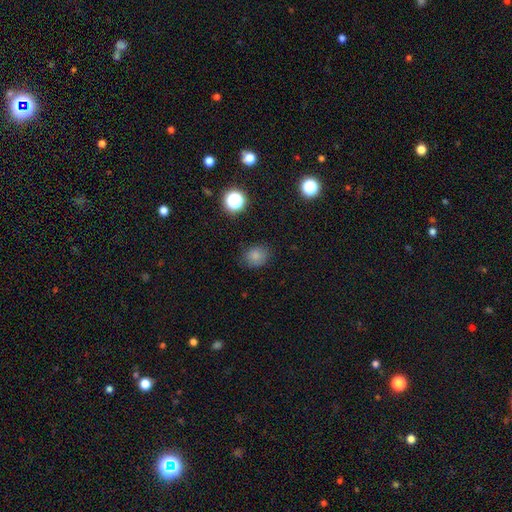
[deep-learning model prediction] smooth_or_featured: smooth (p=0.80) [alt: star or artifact p=0.14]
how_rounded: round (p=0.65) [alt: in between p=0.34]
merging: none (p=0.81) [alt: minor disturbance p=0.14]